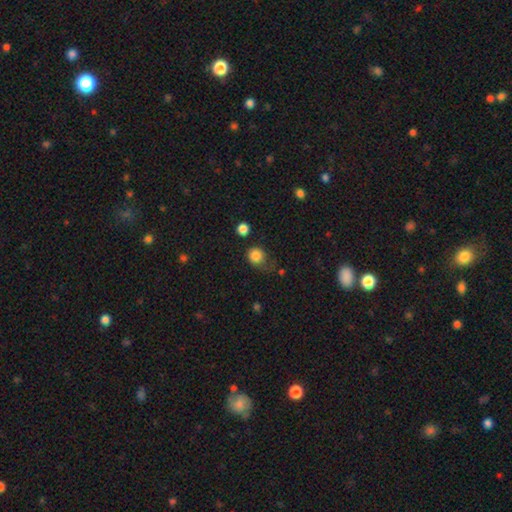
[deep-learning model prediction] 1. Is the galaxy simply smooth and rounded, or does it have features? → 84% smooth, 10% star or artifact, 6% featured or disk.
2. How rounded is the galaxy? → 80% round, 19% in between, 1% cigar-shaped.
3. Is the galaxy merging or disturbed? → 53% none, 27% minor disturbance, 15% major disturbance, 5% merger.